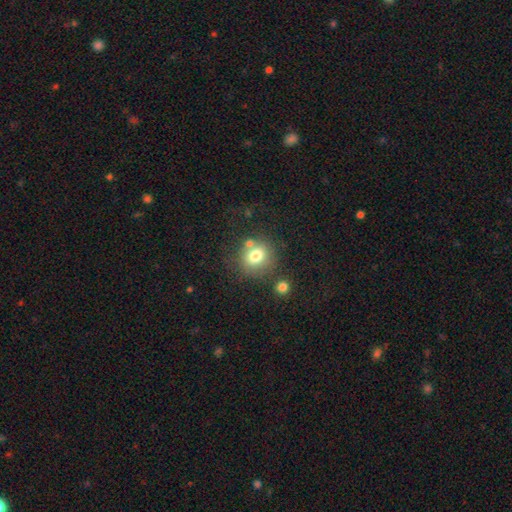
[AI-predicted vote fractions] Morphology: type=smooth (76%); roundness=round (77%); merging=none (63%).